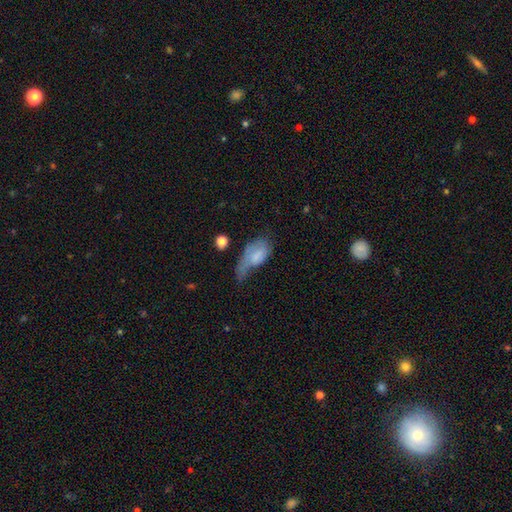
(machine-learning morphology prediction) This is possibly a smooth galaxy (57%). How rounded: clearly in between (89%). Merging: possibly major disturbance (46%).